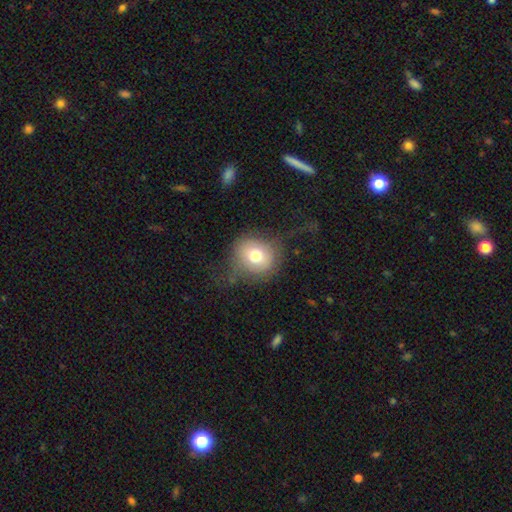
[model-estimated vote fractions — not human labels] This appears to be a smooth galaxy with no disk features (71%) that is round (84%). Merging: none (57%).